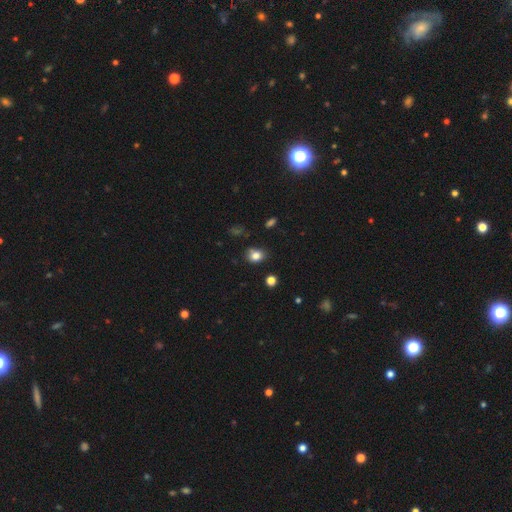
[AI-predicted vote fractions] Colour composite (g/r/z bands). It shows a smooth galaxy with no disk features (81%) that is in between round and cigar-shaped (50%). Merging: none (77%).